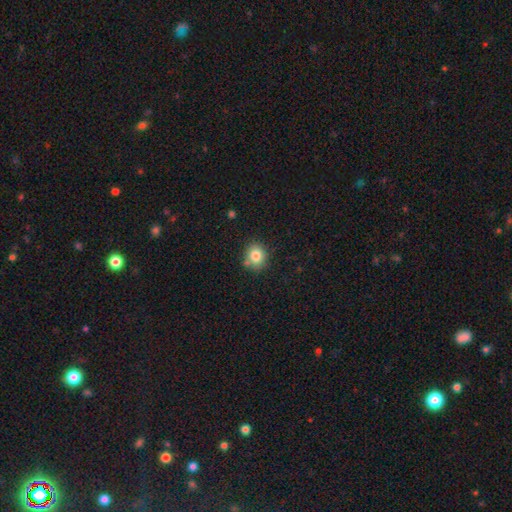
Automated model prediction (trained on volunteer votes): smooth_or_featured: smooth (p=0.82) [alt: star or artifact p=0.10]
how_rounded: round (p=0.76) [alt: in between p=0.23]
merging: none (p=0.78) [alt: minor disturbance p=0.13]